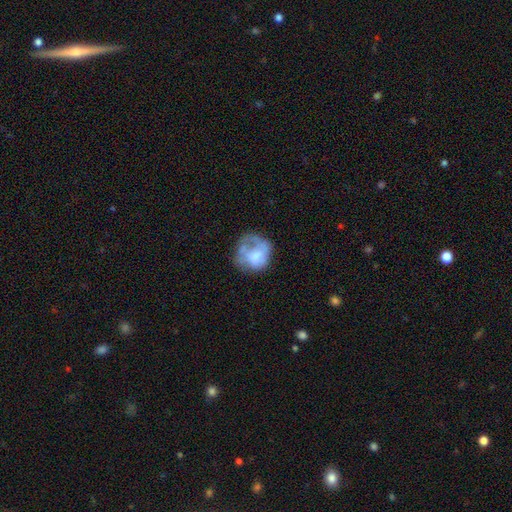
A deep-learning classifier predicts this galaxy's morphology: smooth-or-featured: smooth: 53% | featured or disk: 39% | star or artifact: 8%
  how-rounded: round: 74% | in between: 26% | cigar-shaped: 1%
  merging: none: 39% | major disturbance: 31% | minor disturbance: 25% | merger: 5%